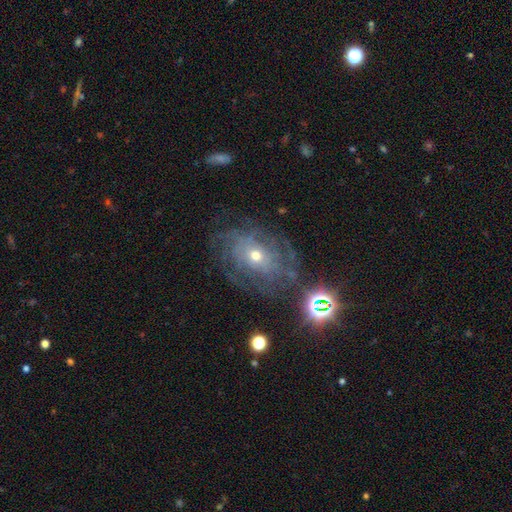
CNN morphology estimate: This appears to be a featured or disk galaxy (75%) with no bar (80%), tight (60%) spiral arms (82%) and a moderate central bulge (53%). Merging: none (63%).